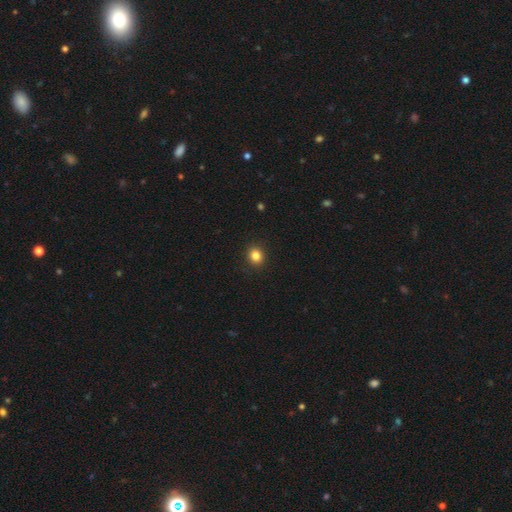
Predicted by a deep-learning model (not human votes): smooth 84%, star or artifact 11%, featured or disk 5%. Down the decision tree: how rounded — round (80%); merging — none (92%).